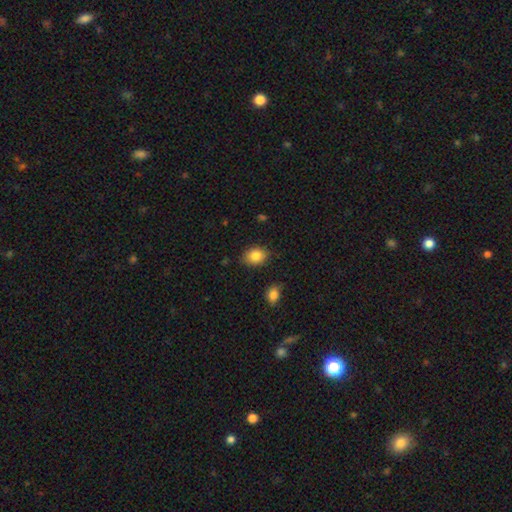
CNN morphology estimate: This is clearly a smooth galaxy (84%). How rounded: likely in between (64%). Merging: clearly none (83%).